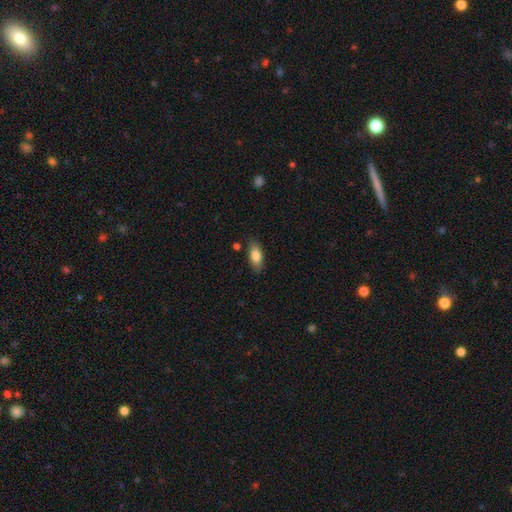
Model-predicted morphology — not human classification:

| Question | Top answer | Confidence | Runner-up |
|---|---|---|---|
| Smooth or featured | smooth | 80% | featured or disk (13%) |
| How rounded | in between | 84% | cigar-shaped (14%) |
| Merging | none | 84% | minor disturbance (11%) |